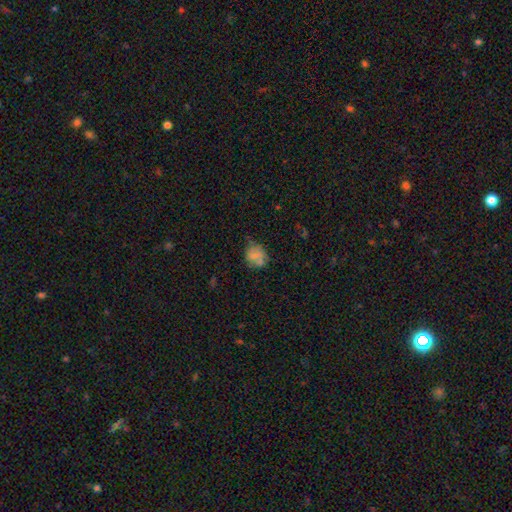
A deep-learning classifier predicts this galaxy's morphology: This is likely a smooth galaxy (63%). How rounded: likely round (65%). Merging: possibly none (50%).